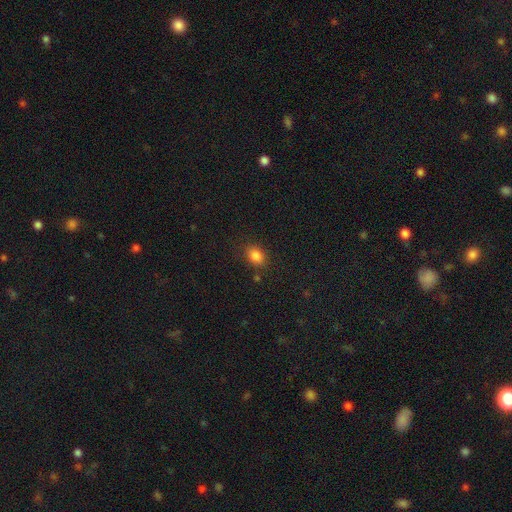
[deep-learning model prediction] Q: Smooth or featured?
A: smooth (84%); runner-up: star or artifact (11%)
Q: How rounded?
A: in between (69%); runner-up: round (30%)
Q: Merging?
A: none (81%); runner-up: minor disturbance (12%)